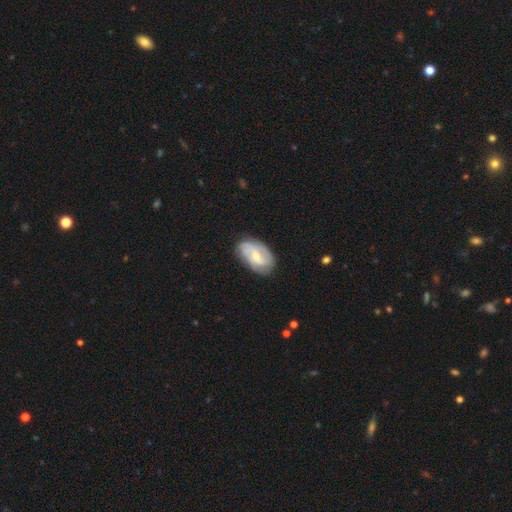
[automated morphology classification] type=featured or disk (59%); edge-on=no (96%); bar=no (46%); spiral arms=yes (84%); bulge=small (53%); merging=none (71%).